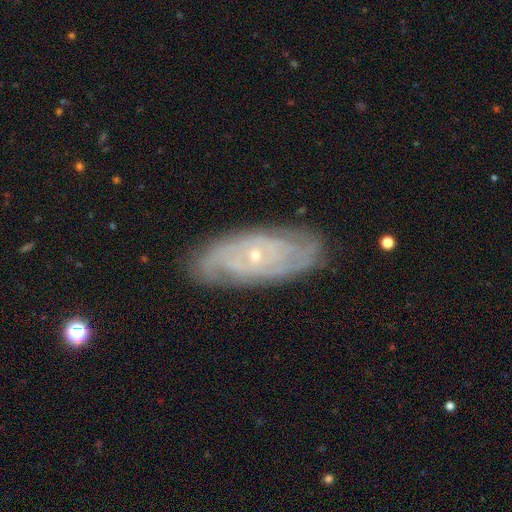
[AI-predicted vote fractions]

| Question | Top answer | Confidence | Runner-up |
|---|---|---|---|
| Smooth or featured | featured or disk | 83% | smooth (11%) |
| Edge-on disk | no | 91% | yes (9%) |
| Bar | no | 76% | weak (19%) |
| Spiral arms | yes | 94% | no (6%) |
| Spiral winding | tight | 72% | medium (22%) |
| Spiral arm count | can't tell | 38% | 2 (24%) |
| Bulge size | small | 81% | moderate (16%) |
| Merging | none | 82% | minor disturbance (14%) |